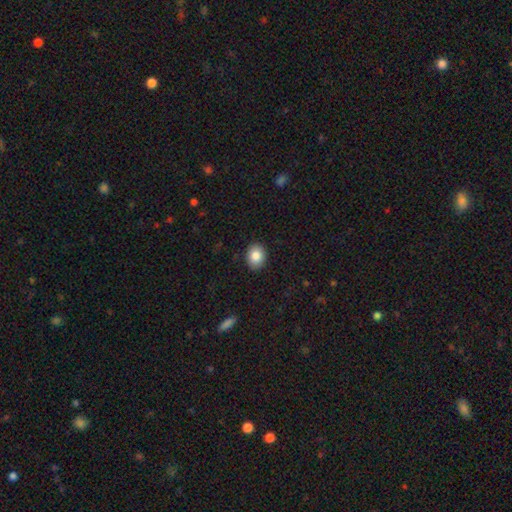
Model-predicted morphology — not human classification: smooth 85%, star or artifact 8%, featured or disk 6%. Down the decision tree: how rounded — in between (55%); merging — none (90%).